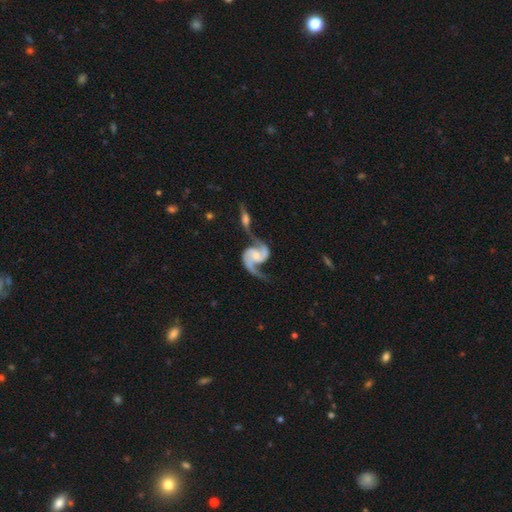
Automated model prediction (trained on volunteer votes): Smooth or featured?
  - featured or disk: 92% *
  - star or artifact: 4%
  - smooth: 4%
Edge-on disk?
  - no: 98% *
  - yes: 2%
Bar?
  - no: 46% *
  - weak: 40%
  - strong: 14%
Spiral arms?
  - yes: 98% *
  - no: 2%
Spiral winding?
  - medium: 47% *
  - loose: 42%
  - tight: 11%
Spiral arm count?
  - 2: 93% *
  - 1: 3%
  - can't tell: 2%
  - 3: 1%
  - 4: 1%
  - more than 4: 1%
Bulge size?
  - small: 46% *
  - moderate: 34%
  - none: 13%
  - large: 4%
  - dominant: 1%
Merging?
  - none: 40% *
  - merger: 34%
  - minor disturbance: 15%
  - major disturbance: 11%